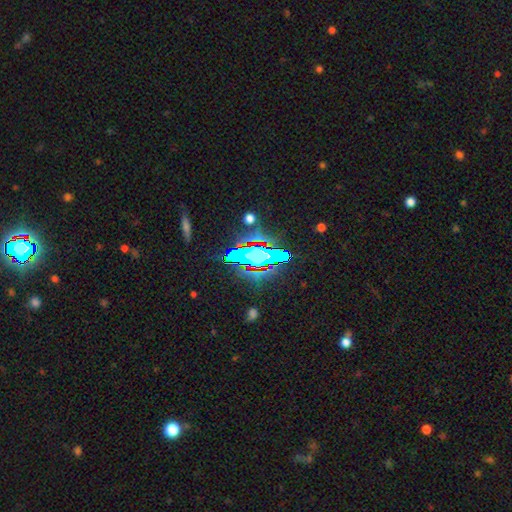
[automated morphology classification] Overall: star or artifact (59%; smooth 22%).